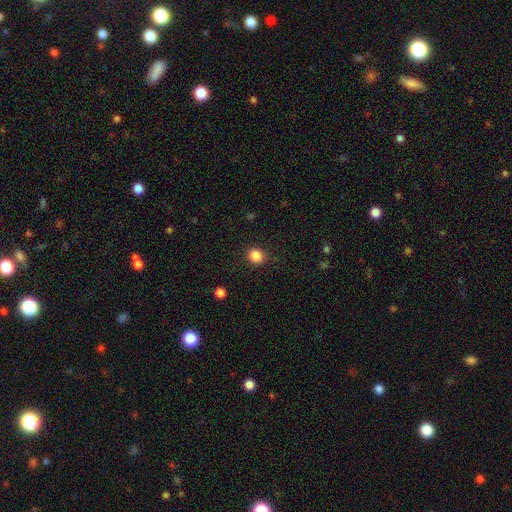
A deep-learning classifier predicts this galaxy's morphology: The model was most divided on "how rounded": round: 86%, in between: 13%, cigar-shaped: 1%. More confident: merging — none (88%); smooth or featured — smooth (85%).